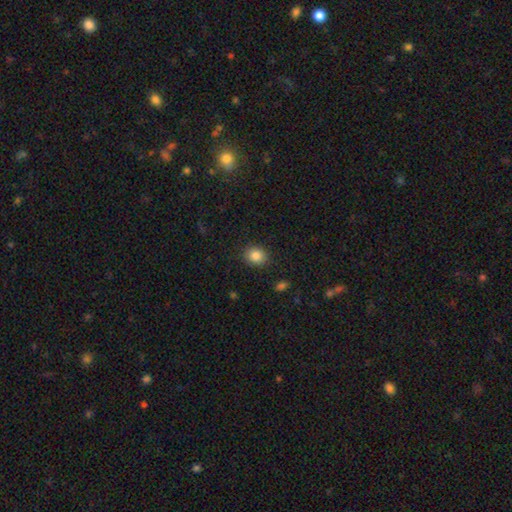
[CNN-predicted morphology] Smooth or featured? smooth (85%)
How rounded? round (72%)
Merging? none (89%)